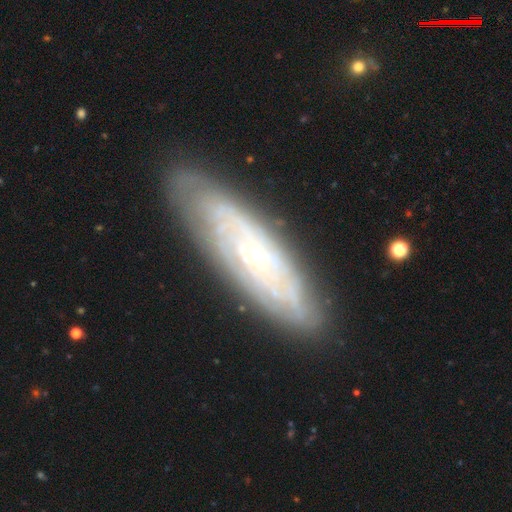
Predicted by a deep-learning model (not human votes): Morphology: type=featured or disk (78%); edge-on=no (80%); bar=no (74%); spiral arms=yes (89%); winding=tight (76%); arm count=can't tell (59%); bulge=small (77%); merging=none (81%).